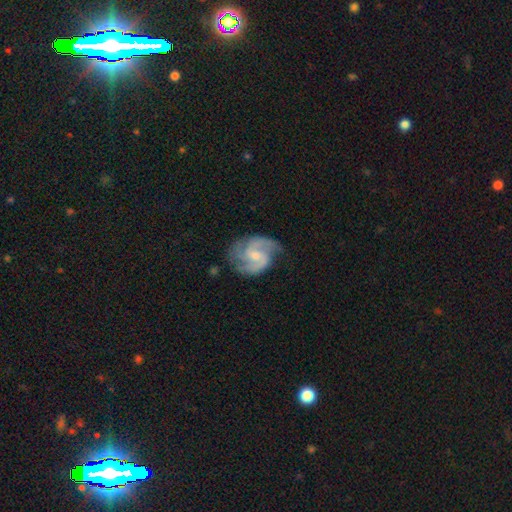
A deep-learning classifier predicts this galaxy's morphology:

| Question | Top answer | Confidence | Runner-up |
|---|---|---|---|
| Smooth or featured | featured or disk | 86% | smooth (9%) |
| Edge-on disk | no | 98% | yes (2%) |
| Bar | weak | 50% | no (41%) |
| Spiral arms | yes | 97% | no (3%) |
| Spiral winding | medium | 54% | tight (28%) |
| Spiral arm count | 2 | 59% | 3 (23%) |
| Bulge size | small | 51% | moderate (39%) |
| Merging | none | 66% | minor disturbance (22%) |